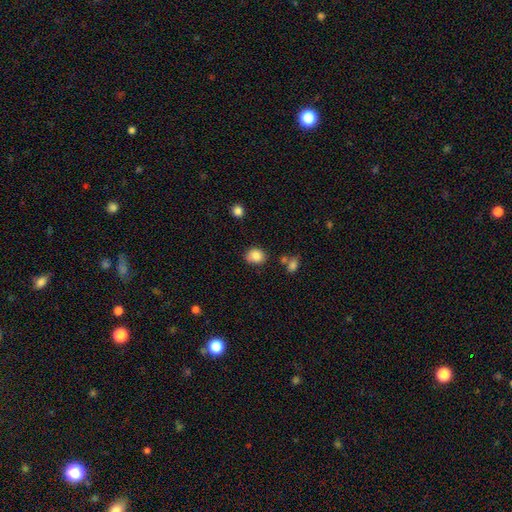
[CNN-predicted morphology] smooth 85%, star or artifact 9%, featured or disk 6%. Down the decision tree: how rounded — round (57%); merging — none (77%).